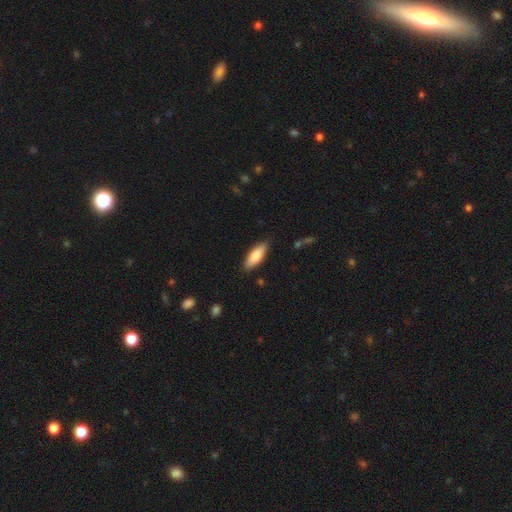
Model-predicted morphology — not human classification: type=smooth (82%); roundness=in between (58%); merging=none (86%).